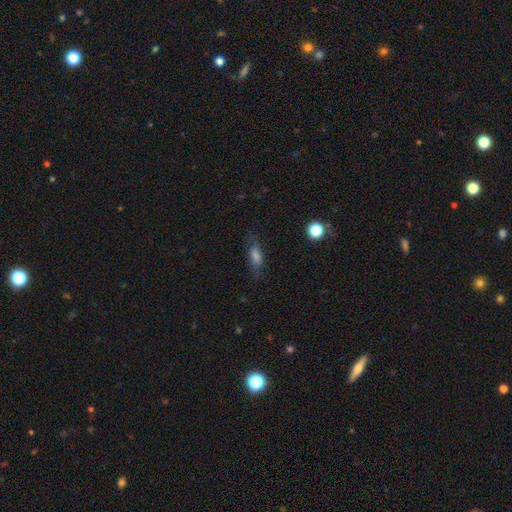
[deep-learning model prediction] Overall: smooth (63%; featured or disk 24%). How rounded: in between (54%; cigar-shaped 41%). Merging: none (75%).